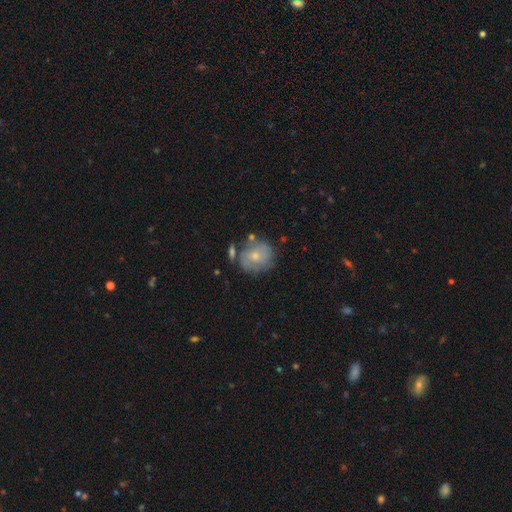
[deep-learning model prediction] smooth_or_featured: smooth (p=0.54) [alt: featured or disk p=0.38]
how_rounded: round (p=0.80) [alt: in between p=0.19]
merging: none (p=0.59) [alt: minor disturbance p=0.23]